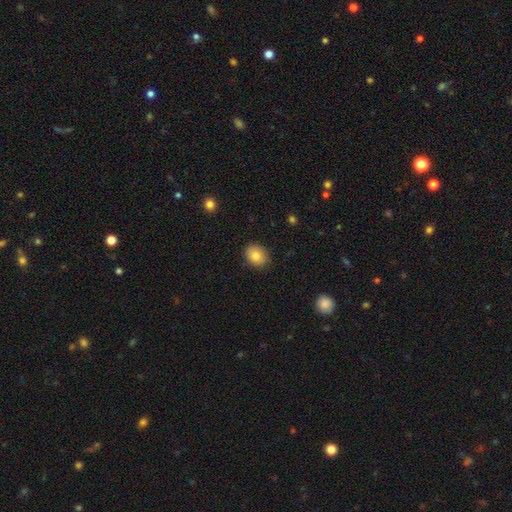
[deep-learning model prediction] Morphology: type=smooth (81%); roundness=round (53%); merging=none (88%).